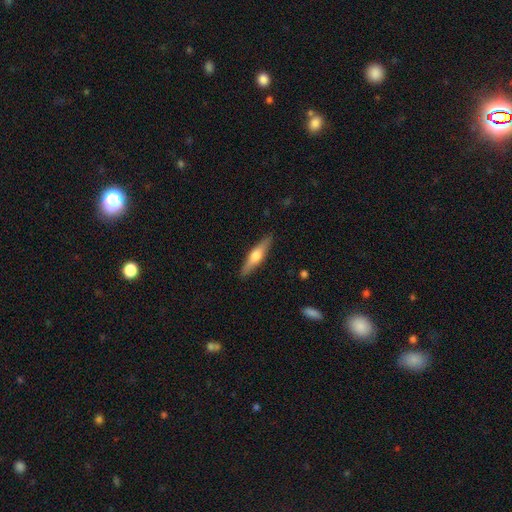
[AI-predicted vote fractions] smooth-or-featured: featured or disk: 53% | smooth: 41% | star or artifact: 6%
  disk-edge-on: yes: 95% | no: 5%
    edge-on-bulge: rounded: 90% | boxy: 6% | none: 4%
  merging: none: 89% | minor disturbance: 8% | major disturbance: 2% | merger: 1%